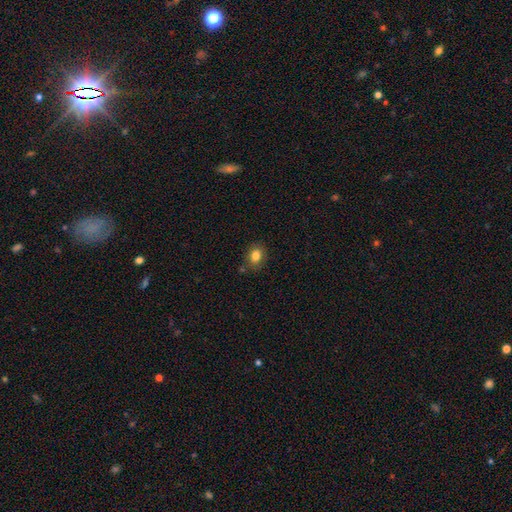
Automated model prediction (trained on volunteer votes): smooth 82%, star or artifact 10%, featured or disk 8%. Down the decision tree: how rounded — in between (60%); merging — none (78%).